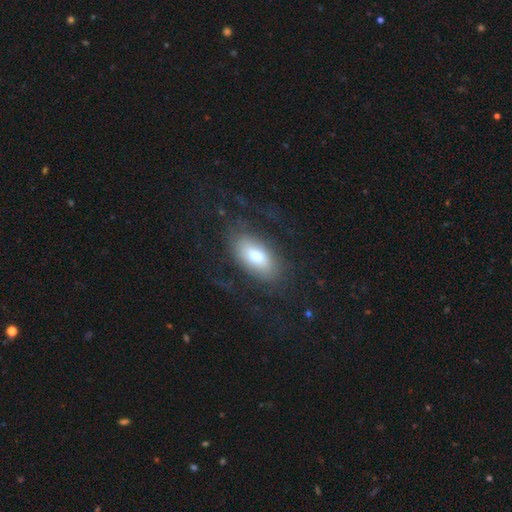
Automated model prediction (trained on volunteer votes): Smooth or featured? Predicted: smooth (p=0.60). How rounded? Predicted: in between (p=0.90). Merging? Predicted: none (p=0.67).